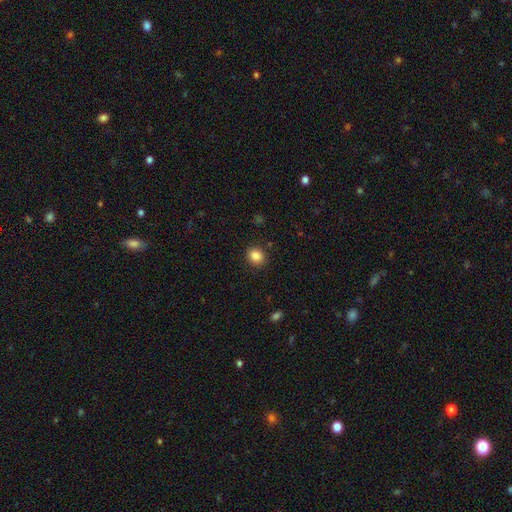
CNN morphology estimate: smooth 86%, star or artifact 10%, featured or disk 4%. Down the decision tree: how rounded — round (64%); merging — none (89%).